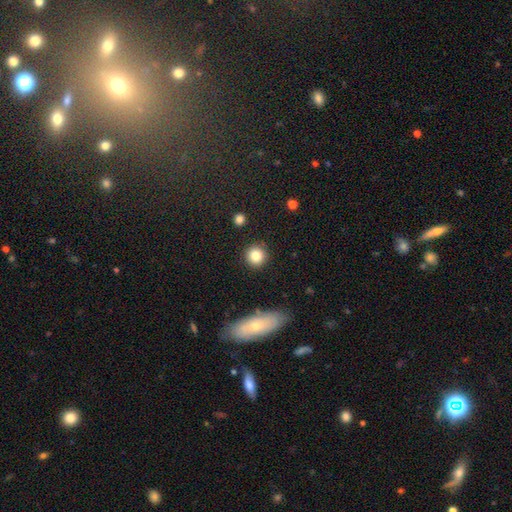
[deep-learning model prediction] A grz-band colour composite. It shows a smooth galaxy with no disk features (83%) that is round (93%). Merging: none (89%).